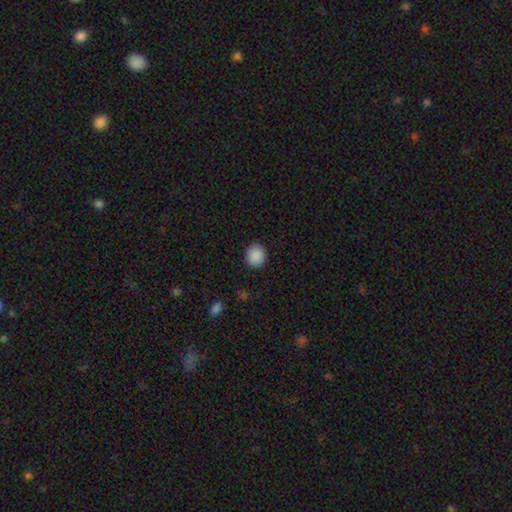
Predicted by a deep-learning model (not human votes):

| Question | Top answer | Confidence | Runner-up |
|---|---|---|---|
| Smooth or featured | smooth | 89% | star or artifact (8%) |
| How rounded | round | 84% | in between (15%) |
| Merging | none | 91% | minor disturbance (6%) |